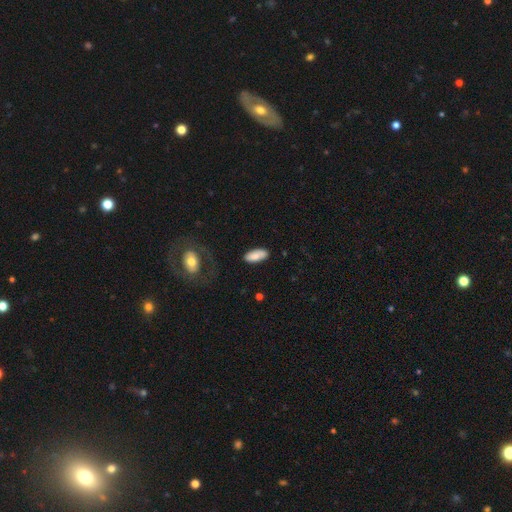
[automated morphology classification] smooth_or_featured: smooth (p=0.82) [alt: featured or disk p=0.12]
how_rounded: in between (p=0.85) [alt: cigar-shaped p=0.13]
merging: none (p=0.80) [alt: minor disturbance p=0.14]